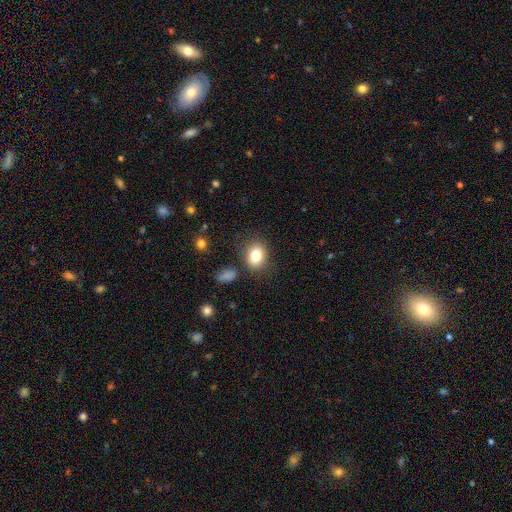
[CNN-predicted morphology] A smooth galaxy with no disk features (81%) that is in between round and cigar-shaped (58%).

Vote fractions:
- Smooth or featured? smooth: 81% / star or artifact: 10% / featured or disk: 9%
- How rounded? in between: 58% / round: 41% / cigar-shaped: 1%
- Merging? none: 81% / minor disturbance: 11% / major disturbance: 4% / merger: 3%